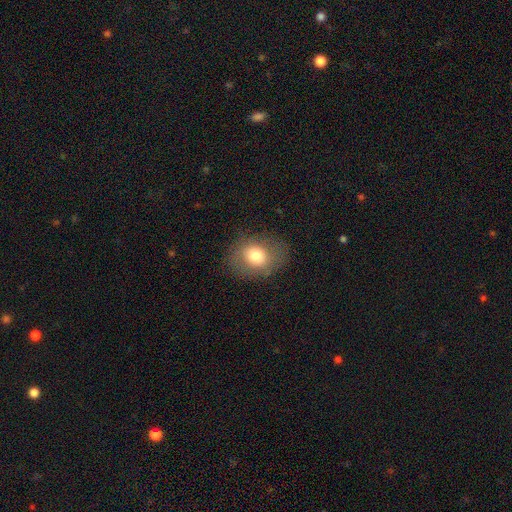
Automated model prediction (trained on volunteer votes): smooth-or-featured: smooth: 76% | featured or disk: 14% | star or artifact: 10%
  how-rounded: in between: 52% | round: 47% | cigar-shaped: 1%
  merging: none: 79% | minor disturbance: 14% | major disturbance: 6% | merger: 1%